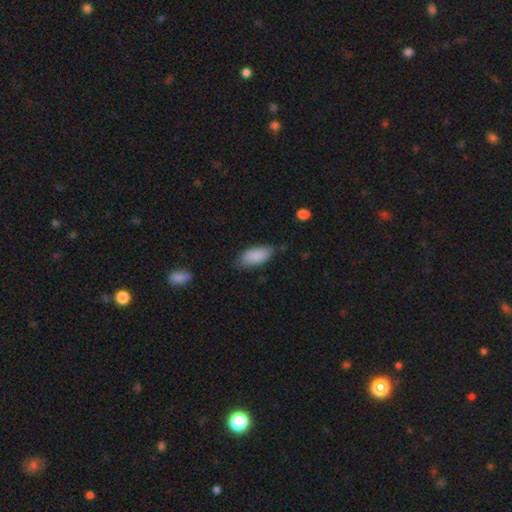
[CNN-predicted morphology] Smooth or featured: smooth — 89% (star or artifact — 6%)
How rounded: in between — 87% (cigar-shaped — 11%)
Merging: none — 76% (minor disturbance — 19%)